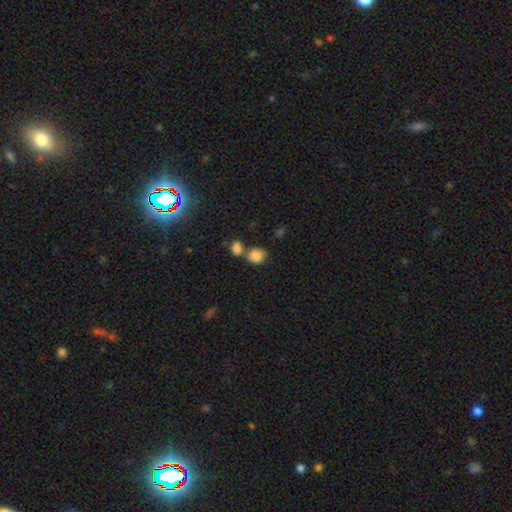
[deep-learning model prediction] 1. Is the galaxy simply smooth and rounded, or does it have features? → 85% smooth, 10% star or artifact, 6% featured or disk.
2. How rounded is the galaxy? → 65% round, 34% in between, 1% cigar-shaped.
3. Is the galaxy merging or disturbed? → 49% none, 36% merger, 11% minor disturbance, 4% major disturbance.